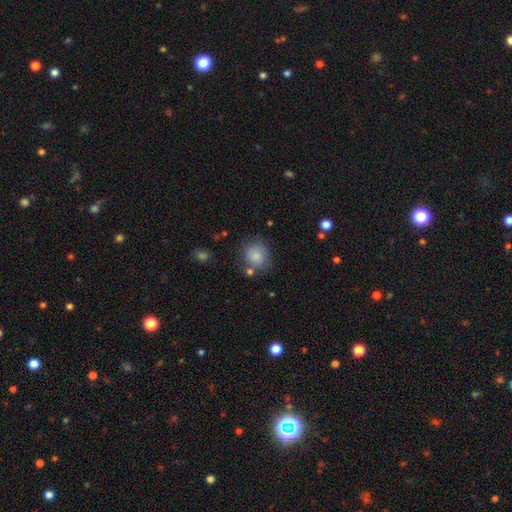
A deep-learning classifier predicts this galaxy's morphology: This is clearly a smooth galaxy (83%). How rounded: likely round (74%). Merging: likely none (70%).